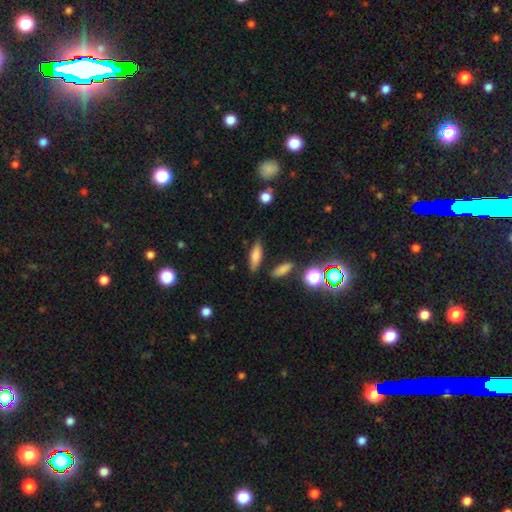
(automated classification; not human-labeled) smooth_or_featured: smooth (p=0.76) [alt: featured or disk p=0.15]
how_rounded: cigar-shaped (p=0.50) [alt: in between p=0.46]
merging: none (p=0.79) [alt: minor disturbance p=0.13]